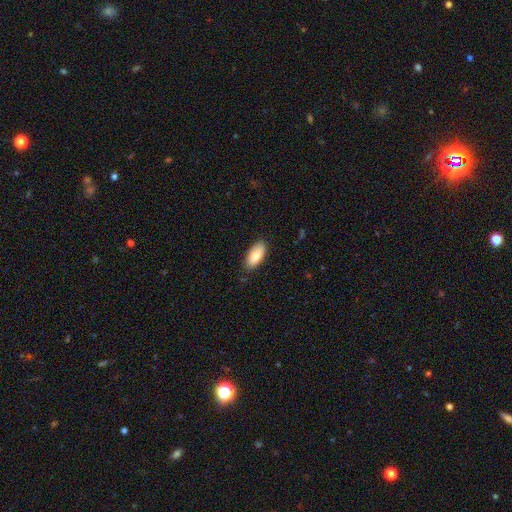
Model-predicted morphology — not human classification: smooth-or-featured: smooth: 85% | featured or disk: 9% | star or artifact: 6%
  how-rounded: in between: 90% | cigar-shaped: 8% | round: 2%
  merging: none: 82% | minor disturbance: 14% | major disturbance: 2% | merger: 1%